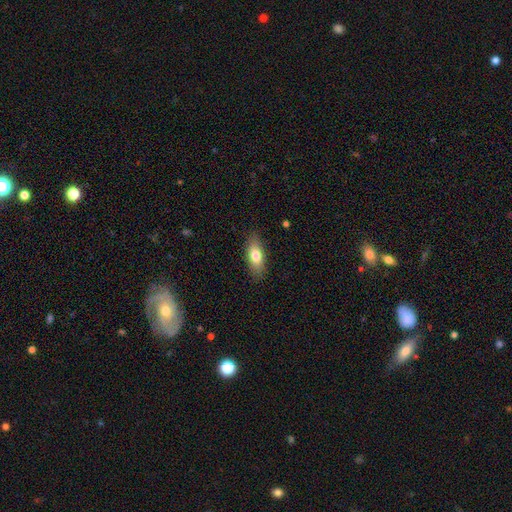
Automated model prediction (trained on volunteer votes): smooth 77%, featured or disk 16%, star or artifact 7%. Down the decision tree: how rounded — in between (75%); merging — none (85%).